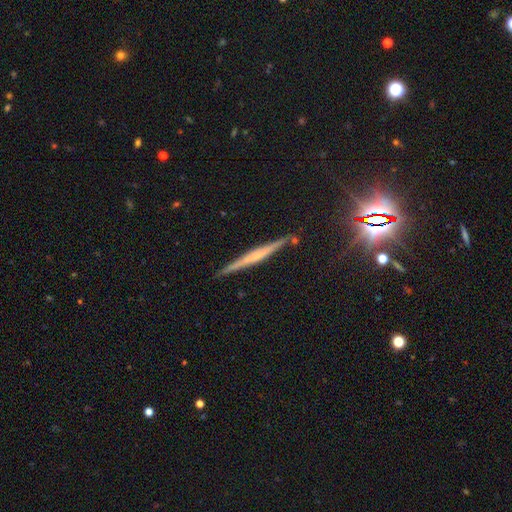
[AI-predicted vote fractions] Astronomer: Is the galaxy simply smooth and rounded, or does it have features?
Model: featured or disk — 64%.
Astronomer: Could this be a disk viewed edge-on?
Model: yes — 97%.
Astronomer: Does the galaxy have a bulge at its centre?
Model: none — 46% (runner-up: rounded, 39%).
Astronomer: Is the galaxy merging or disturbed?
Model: none — 88%.